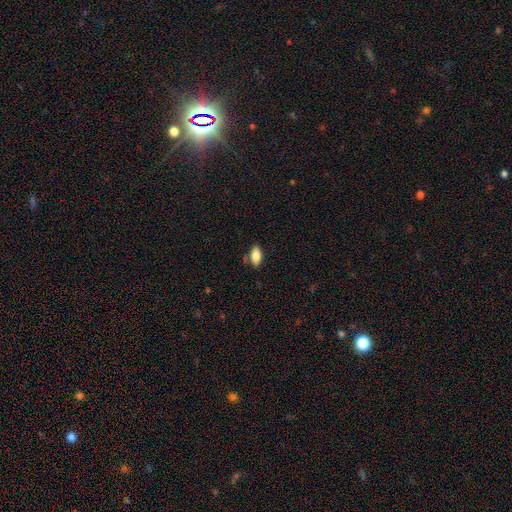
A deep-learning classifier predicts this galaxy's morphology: Overall: smooth (83%). How rounded: in between (90%). Merging: none (78%).